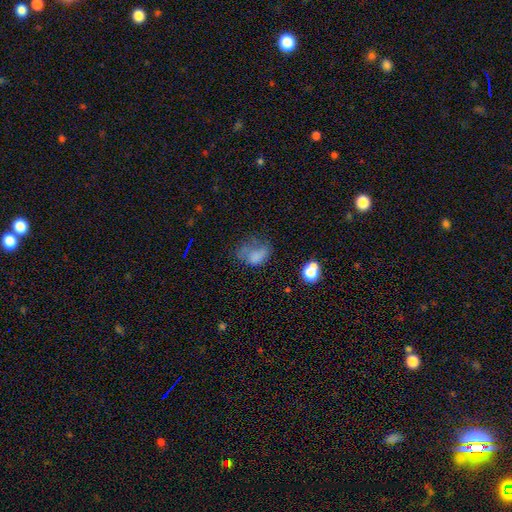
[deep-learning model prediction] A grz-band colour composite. It shows a smooth galaxy with no disk features (63%) that is in between round and cigar-shaped (75%). Merging: major disturbance (36%).